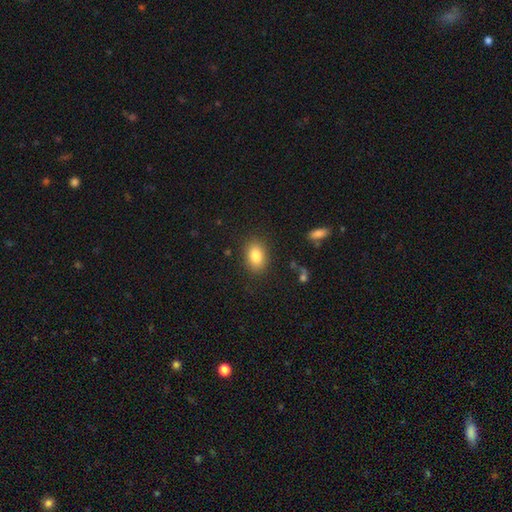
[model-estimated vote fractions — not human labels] Smooth or featured? smooth (84%)
How rounded? in between (77%)
Merging? none (86%)